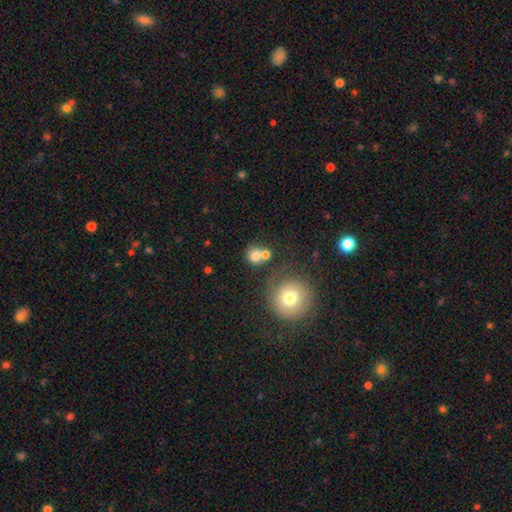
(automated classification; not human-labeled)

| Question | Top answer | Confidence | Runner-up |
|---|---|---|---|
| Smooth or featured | smooth | 76% | star or artifact (12%) |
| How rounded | round | 83% | in between (16%) |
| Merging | none | 47% | merger (38%) |